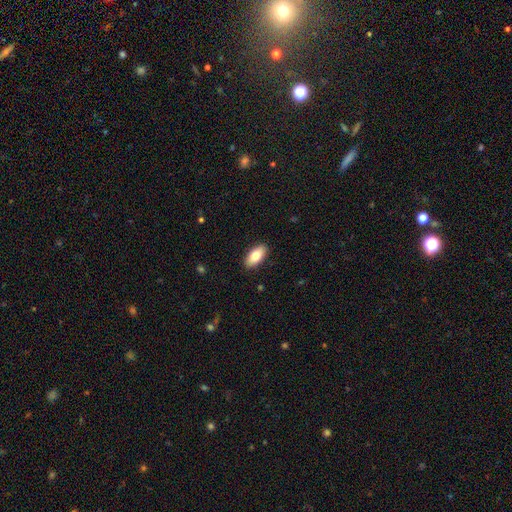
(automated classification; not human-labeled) Overall: smooth (79%). How rounded: in between (91%). Merging: none (90%).